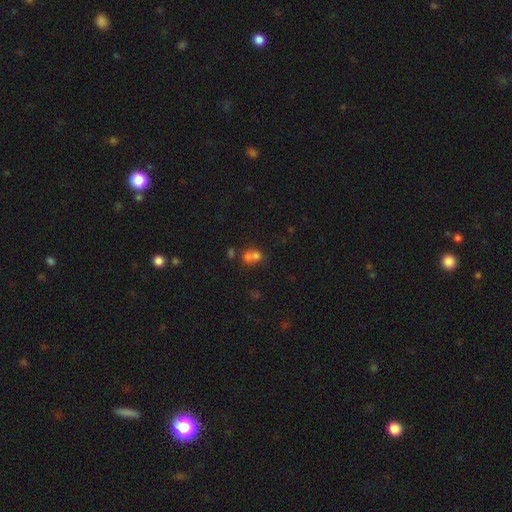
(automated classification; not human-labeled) Q: Smooth or featured?
A: smooth (67%); runner-up: featured or disk (17%)
Q: How rounded?
A: round (67%); runner-up: in between (31%)
Q: Merging?
A: merger (66%); runner-up: none (25%)